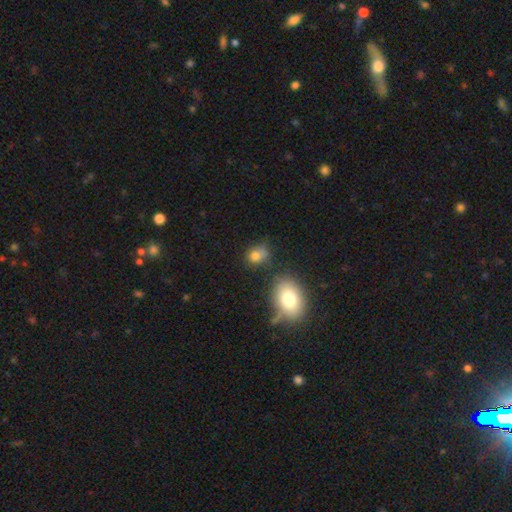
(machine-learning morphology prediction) Overall: smooth (78%). How rounded: in between (55%; round 44%). Merging: none (54%; minor disturbance 23%).